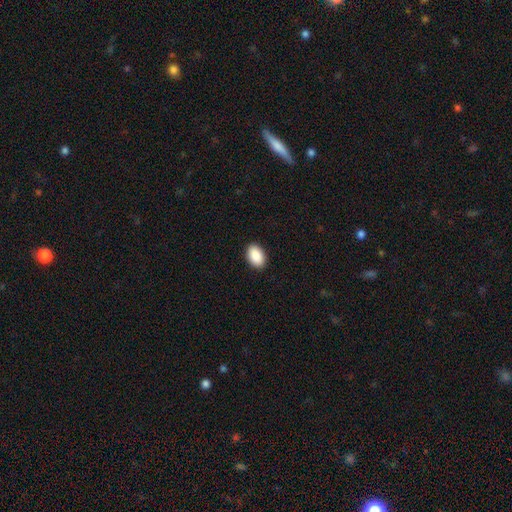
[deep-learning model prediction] Smooth or featured? Predicted: smooth (p=0.91). How rounded? Predicted: in between (p=0.91). Merging? Predicted: none (p=0.91).